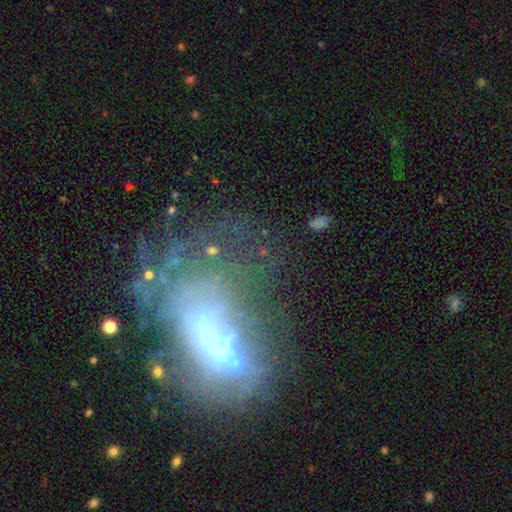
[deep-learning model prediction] Overall: featured or disk (56%; smooth 25%). Edge-on disk: no (94%). Bar: no (75%). Spiral arms: no (82%). Bulge size: none (32%; moderate 28%). Merging: major disturbance (40%; none 24%).